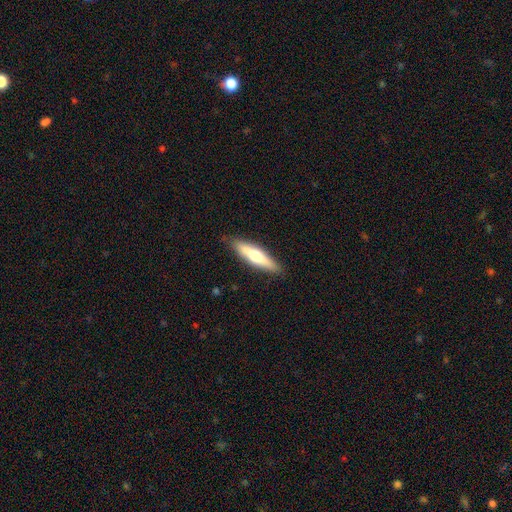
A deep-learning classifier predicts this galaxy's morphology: Smooth or featured: smooth — 53% (featured or disk — 42%)
How rounded: cigar-shaped — 75% (in between — 23%)
Merging: none — 86% (minor disturbance — 11%)